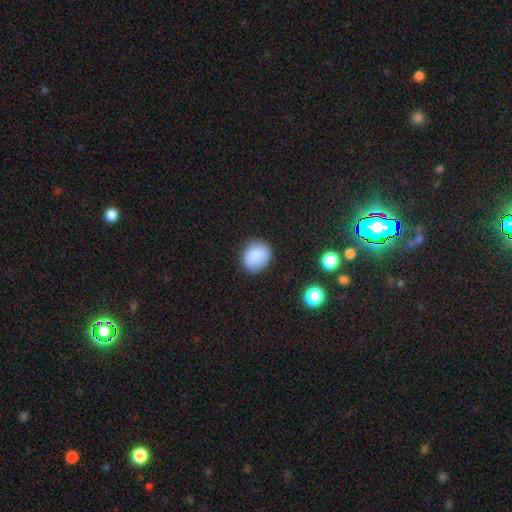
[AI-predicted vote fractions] This is clearly a smooth galaxy (84%). How rounded: likely round (64%). Merging: likely none (78%).